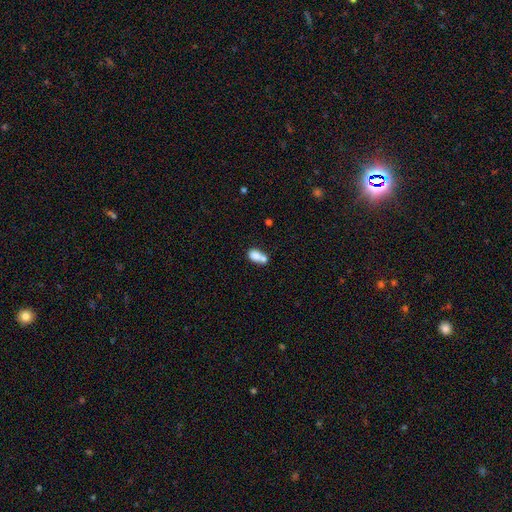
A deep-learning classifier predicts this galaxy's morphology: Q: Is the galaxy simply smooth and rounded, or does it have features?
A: smooth — 77%.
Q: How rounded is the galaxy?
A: in between — 77%.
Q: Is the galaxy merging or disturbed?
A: merger — 58%.